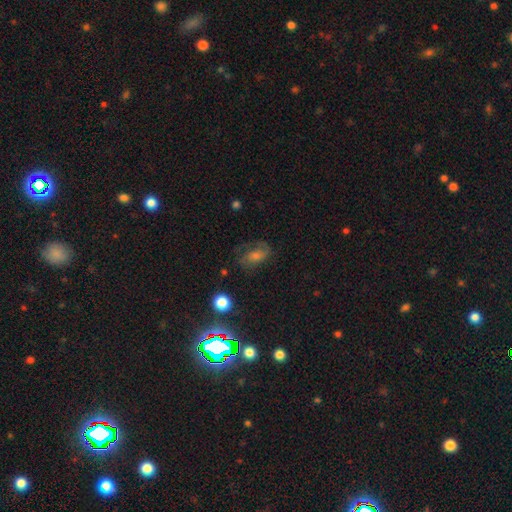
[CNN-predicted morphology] Overall: featured or disk (43%; smooth 32%). Merging: none (64%).